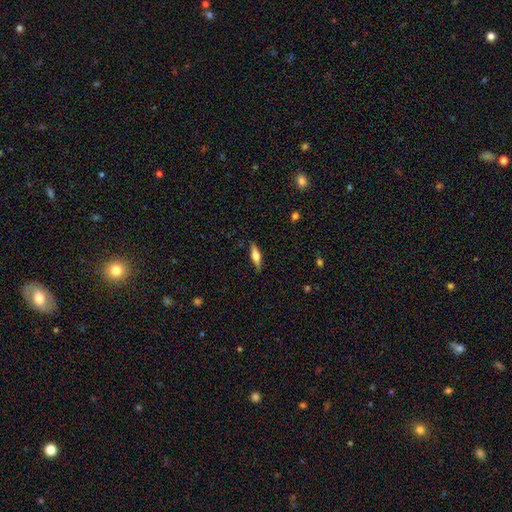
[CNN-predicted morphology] This is possibly a smooth galaxy (49%). Merging: clearly none (86%).